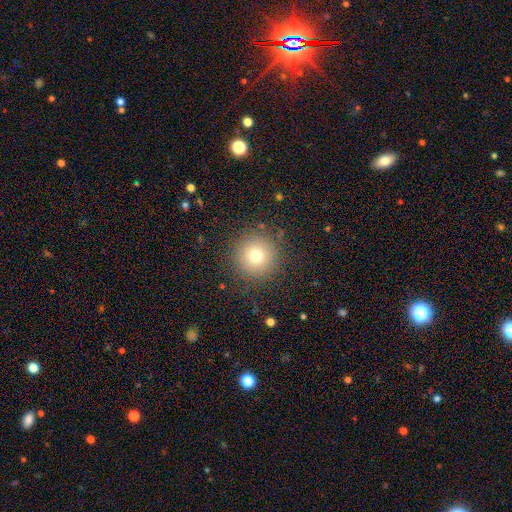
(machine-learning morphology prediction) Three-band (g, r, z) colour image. It shows a smooth galaxy with no disk features (73%) that is round (96%). Merging: none (88%).